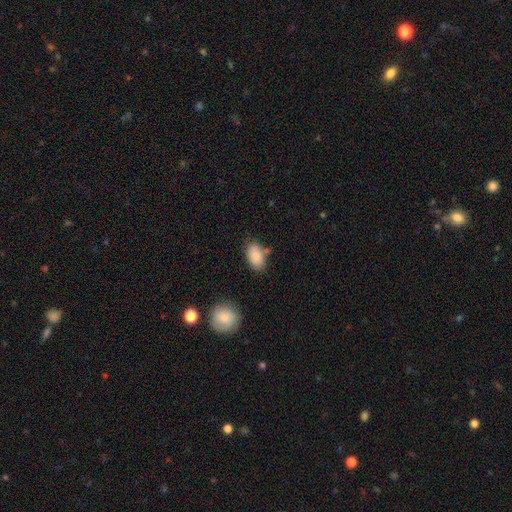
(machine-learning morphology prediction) Overall: smooth (85%). How rounded: in between (92%). Merging: none (67%).